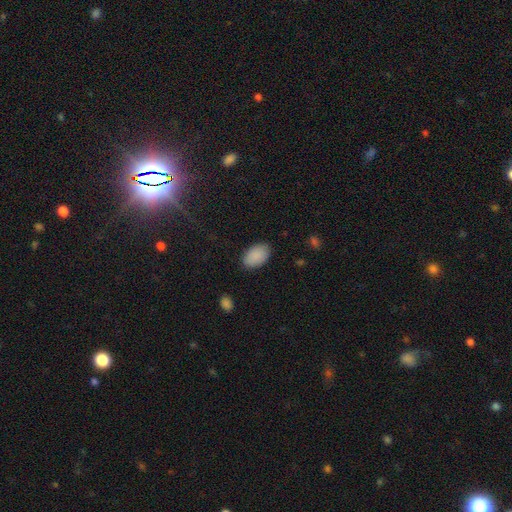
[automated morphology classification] Smooth or featured: smooth — 90% (star or artifact — 7%)
How rounded: in between — 92% (round — 7%)
Merging: none — 86% (minor disturbance — 10%)